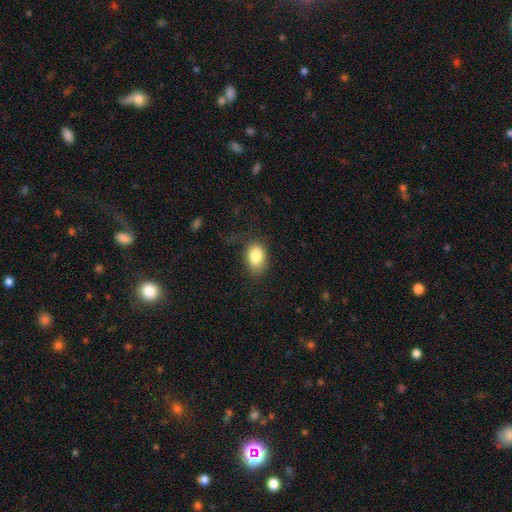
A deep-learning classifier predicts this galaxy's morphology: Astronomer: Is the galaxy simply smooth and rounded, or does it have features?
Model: smooth — 84%.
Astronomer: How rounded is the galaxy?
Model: in between — 82%.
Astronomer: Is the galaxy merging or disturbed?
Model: none — 71%.